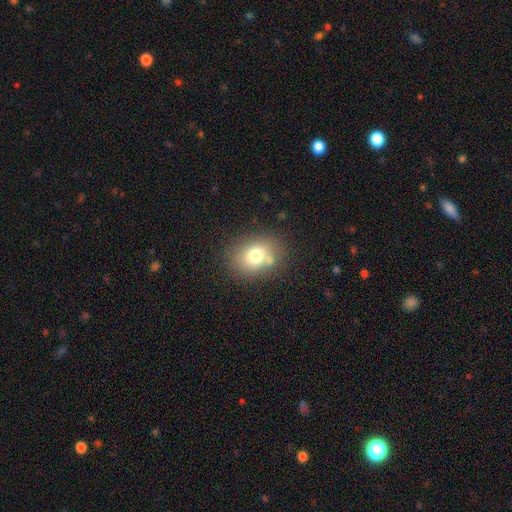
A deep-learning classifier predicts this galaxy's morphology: smooth-or-featured: smooth: 75% | featured or disk: 14% | star or artifact: 12%
  how-rounded: in between: 55% | round: 44% | cigar-shaped: 1%
  merging: none: 73% | minor disturbance: 13% | merger: 10% | major disturbance: 4%